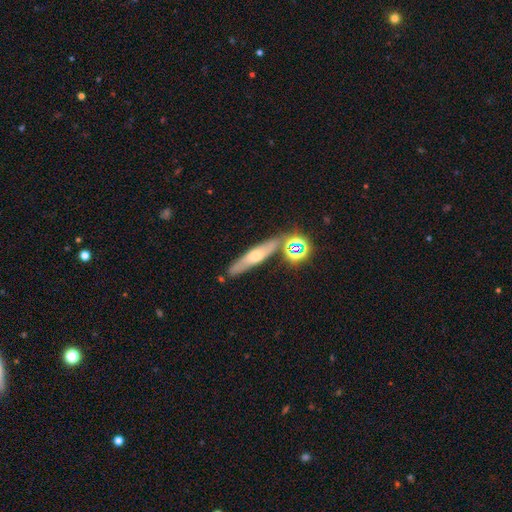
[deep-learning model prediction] Overall: featured or disk (51%; smooth 32%). Edge-on disk: yes (84%). Merging: none (80%).